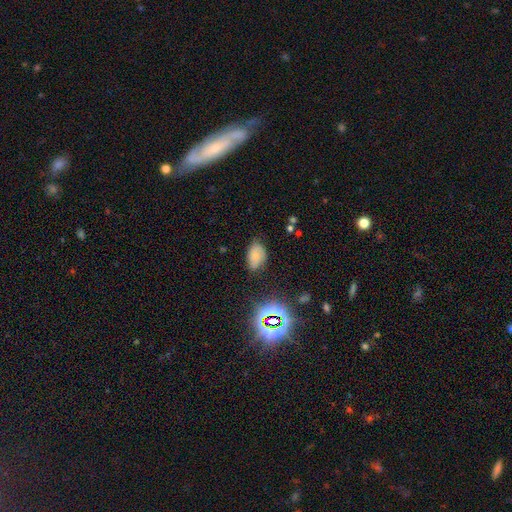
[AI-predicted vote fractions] Morphology: type=smooth (61%); roundness=in between (88%); merging=none (65%).